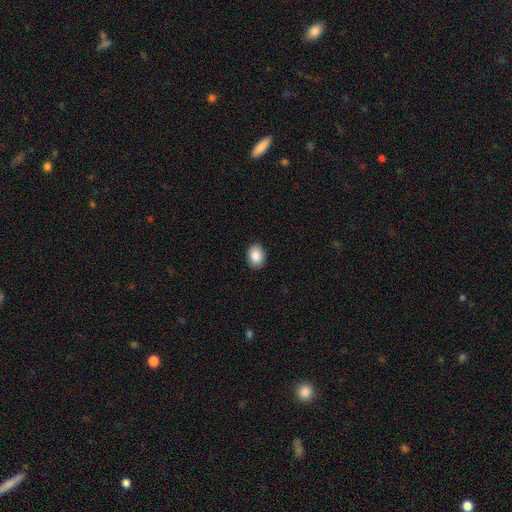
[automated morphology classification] Q: Smooth or featured?
A: smooth (89%); runner-up: star or artifact (7%)
Q: How rounded?
A: in between (73%); runner-up: round (26%)
Q: Merging?
A: none (90%); runner-up: minor disturbance (7%)